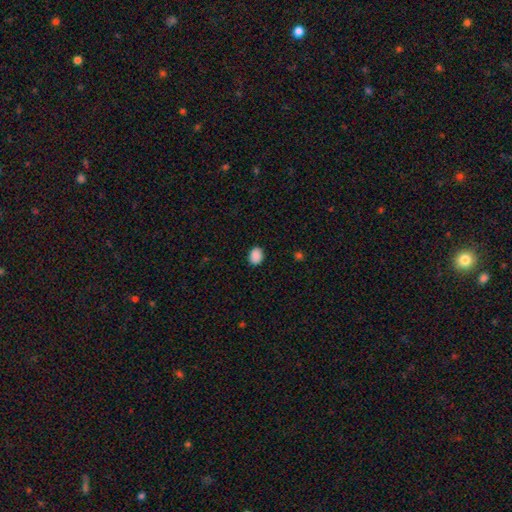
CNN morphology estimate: Overall: smooth (89%). How rounded: in between (59%; round 40%). Merging: none (88%).